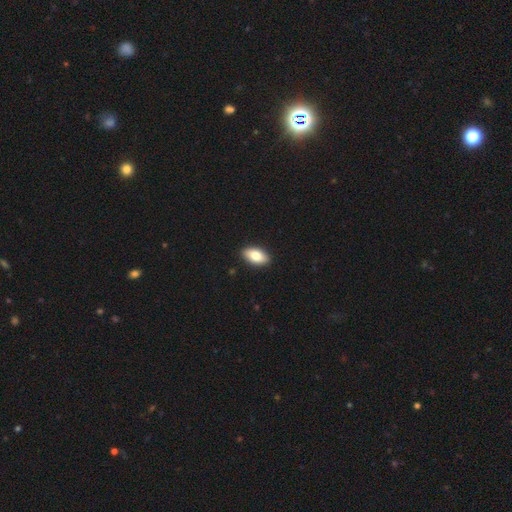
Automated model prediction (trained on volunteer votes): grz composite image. It shows a smooth galaxy with no disk features (81%) that is in between round and cigar-shaped (93%). Merging: none (91%).